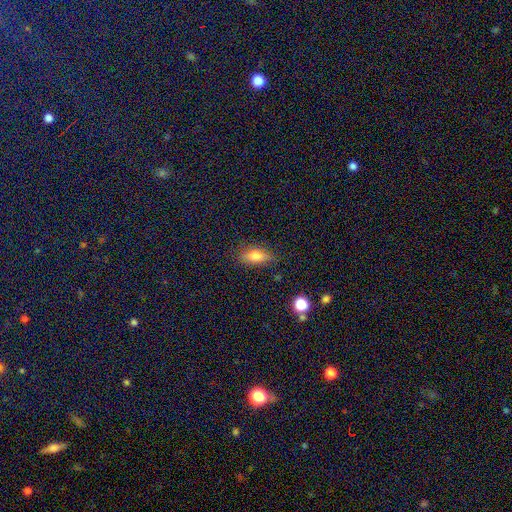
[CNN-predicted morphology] smooth-or-featured: smooth: 71% | featured or disk: 18% | star or artifact: 11%
  how-rounded: in between: 76% | cigar-shaped: 17% | round: 8%
  merging: none: 79% | minor disturbance: 15% | major disturbance: 4% | merger: 2%